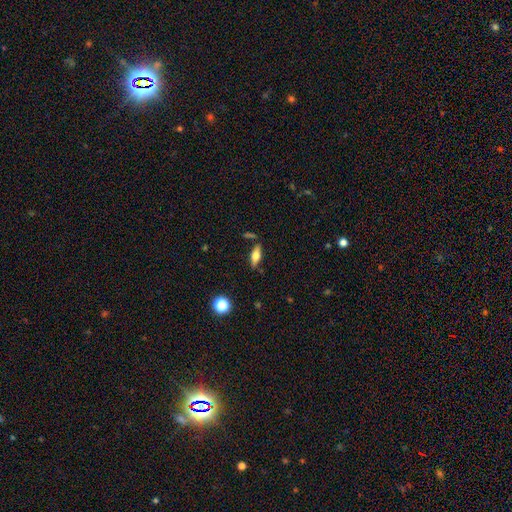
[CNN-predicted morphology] Smooth or featured?
  - smooth: 52% *
  - featured or disk: 40%
  - star or artifact: 8%
How rounded?
  - in between: 64% *
  - cigar-shaped: 32%
  - round: 4%
Merging?
  - none: 82% *
  - minor disturbance: 11%
  - merger: 4%
  - major disturbance: 3%